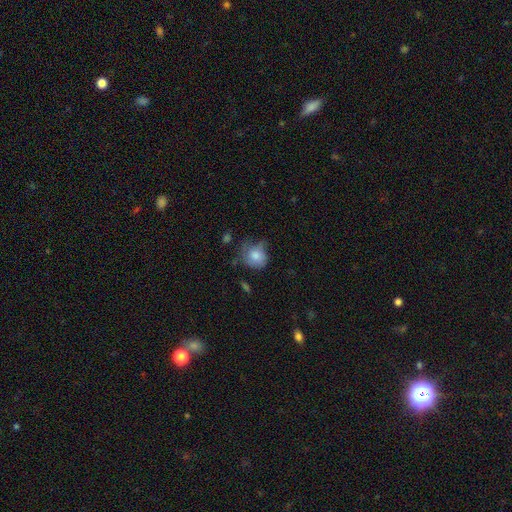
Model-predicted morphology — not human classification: smooth_or_featured: smooth (p=0.77) [alt: featured or disk p=0.14]
how_rounded: round (p=0.75) [alt: in between p=0.24]
merging: none (p=0.43) [alt: minor disturbance p=0.35]